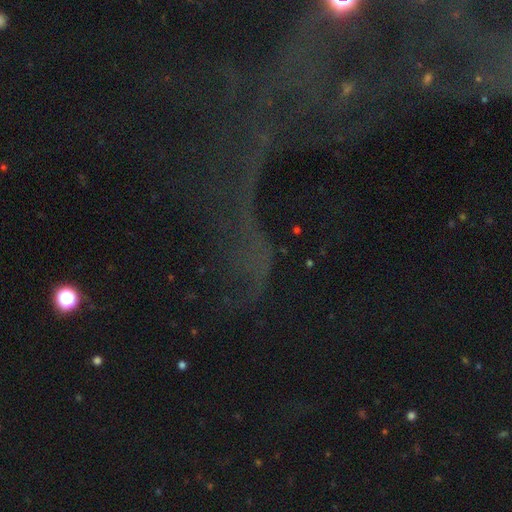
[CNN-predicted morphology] This appears to be a star or artifact, not a galaxy (63%).